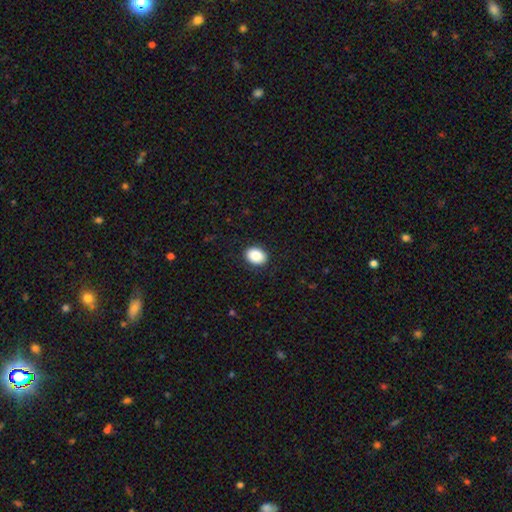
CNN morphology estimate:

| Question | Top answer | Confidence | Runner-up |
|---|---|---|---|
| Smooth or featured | smooth | 89% | star or artifact (7%) |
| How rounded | in between | 69% | round (30%) |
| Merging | none | 89% | minor disturbance (8%) |